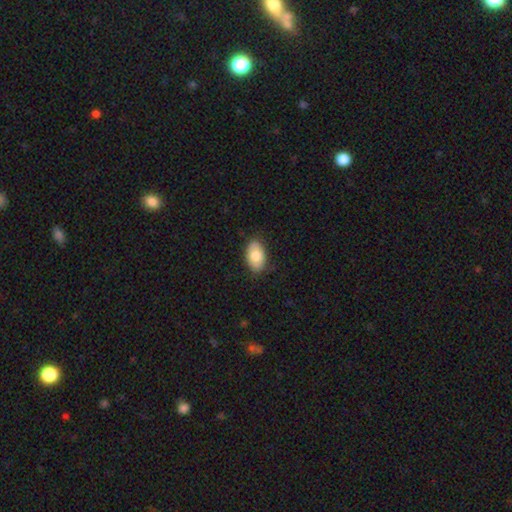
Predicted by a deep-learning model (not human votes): smooth_or_featured: smooth (p=0.79) [alt: featured or disk p=0.14]
how_rounded: in between (p=0.92) [alt: round p=0.06]
merging: none (p=0.83) [alt: minor disturbance p=0.14]